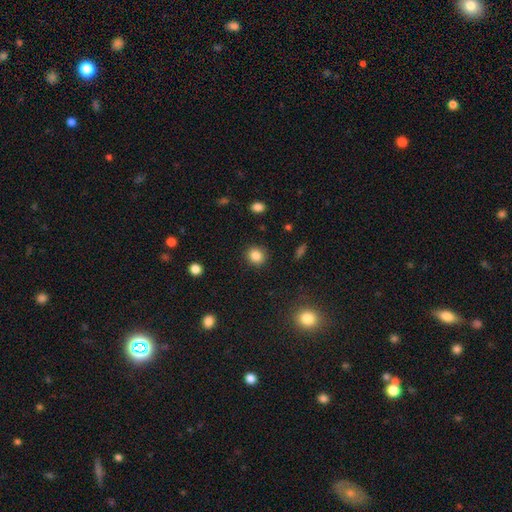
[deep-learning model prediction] A smooth galaxy with no disk features (84%) that is round (84%). Merging: none (90%).